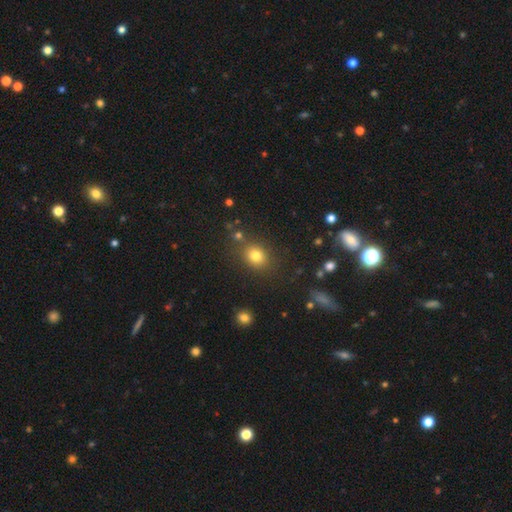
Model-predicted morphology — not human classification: Smooth or featured? Predicted: smooth (p=0.79). How rounded? Predicted: round (p=0.64). Merging? Predicted: none (p=0.79).